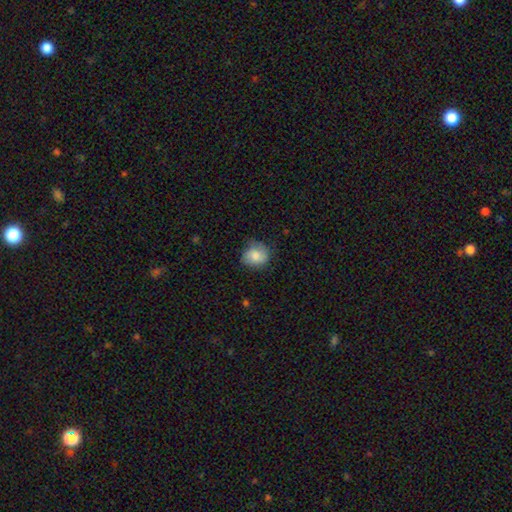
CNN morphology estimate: This appears to be a smooth galaxy with no disk features (80%) that is round (68%). Merging: none (62%).